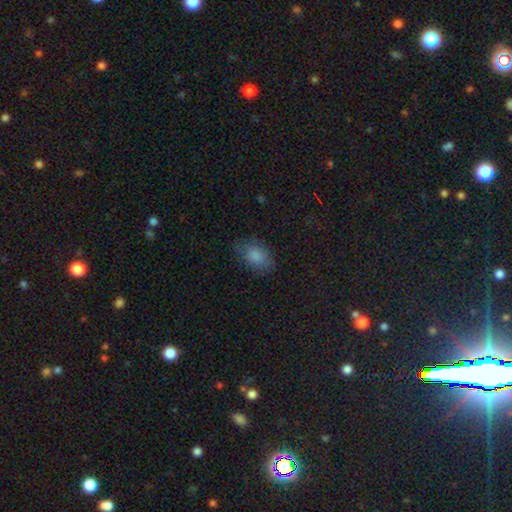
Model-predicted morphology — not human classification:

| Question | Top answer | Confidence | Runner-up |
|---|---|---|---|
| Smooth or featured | smooth | 83% | featured or disk (9%) |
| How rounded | in between | 86% | round (13%) |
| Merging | none | 76% | minor disturbance (18%) |